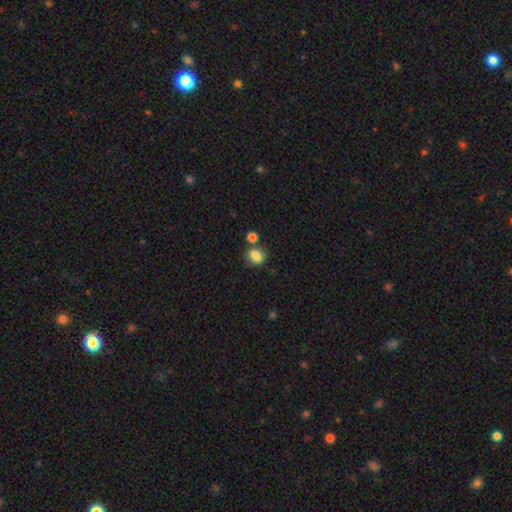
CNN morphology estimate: smooth 83%, star or artifact 10%, featured or disk 7%. Down the decision tree: how rounded — round (53%); merging — none (65%).